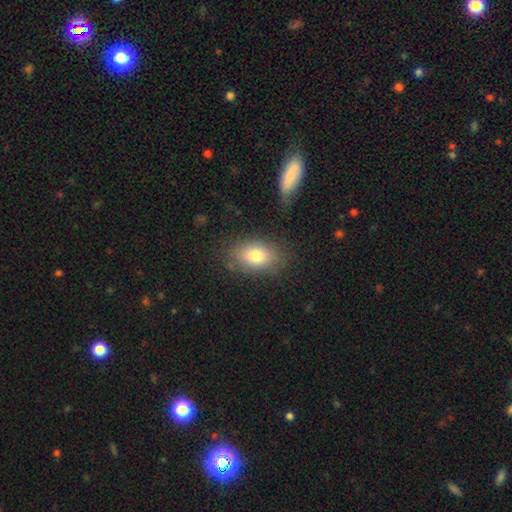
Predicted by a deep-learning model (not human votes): Morphology: type=smooth (79%); roundness=in between (86%); merging=none (81%).